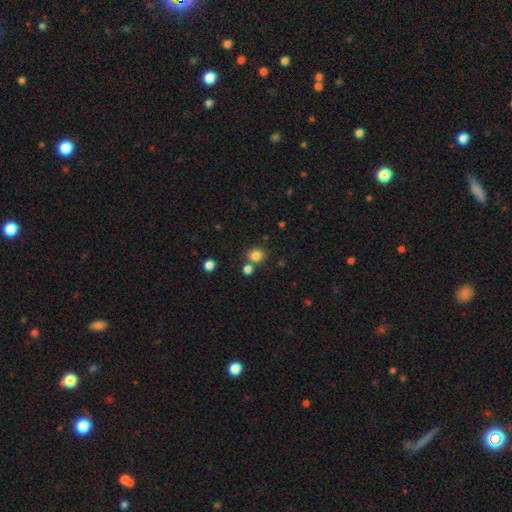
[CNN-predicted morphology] Smooth or featured: smooth — 82% (star or artifact — 13%)
How rounded: round — 88% (in between — 11%)
Merging: none — 71% (merger — 19%)